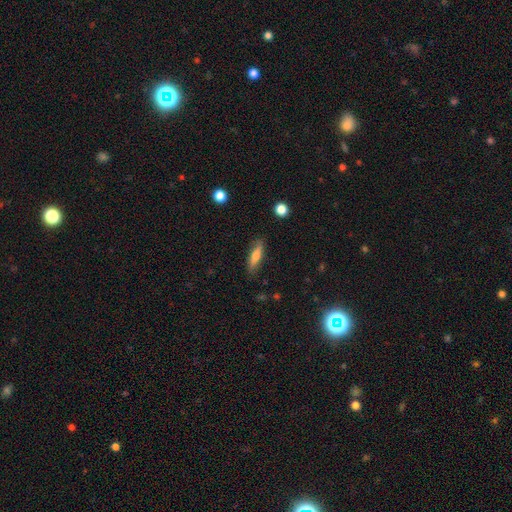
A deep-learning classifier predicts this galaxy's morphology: type=smooth (63%); roundness=cigar-shaped (68%); merging=none (83%).